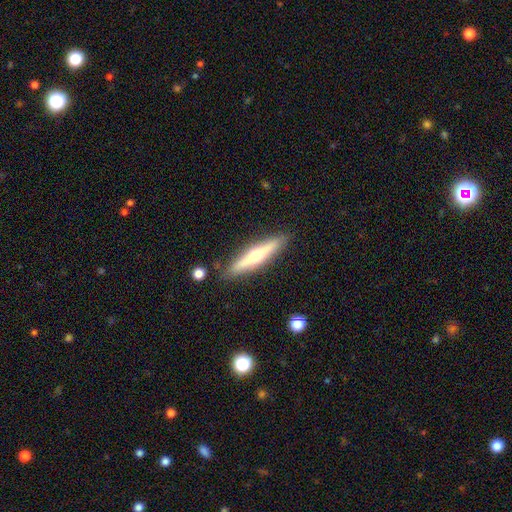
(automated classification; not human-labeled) This is likely a featured or disk galaxy (60%). It is clearly viewed edge-on (95%). Edge-on bulge: clearly rounded (89%). Merging: clearly none (88%).